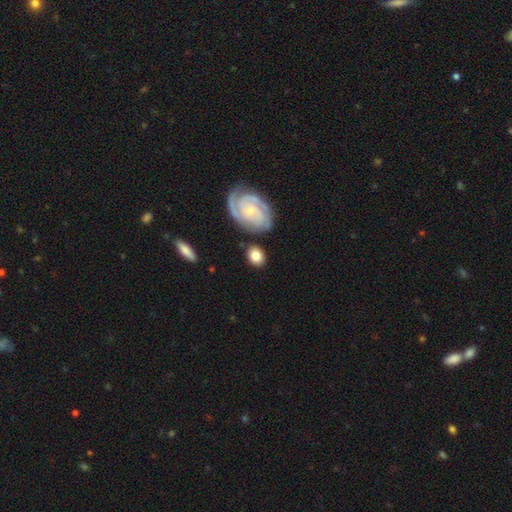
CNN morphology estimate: Smooth or featured? Predicted: smooth (p=0.65). How rounded? Predicted: in between (p=0.51). Merging? Predicted: none (p=0.75).